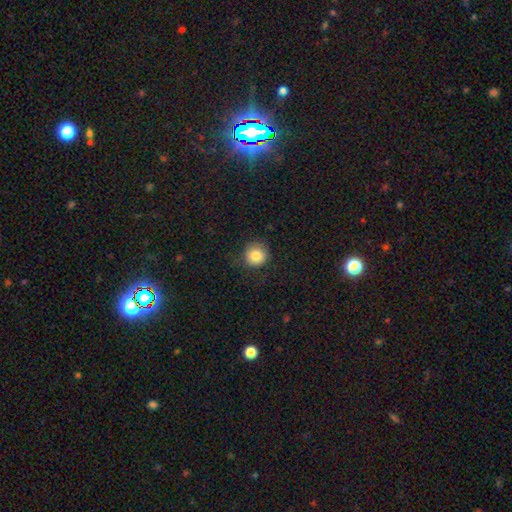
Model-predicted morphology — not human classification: This is clearly a smooth galaxy (83%). How rounded: clearly round (93%). Merging: clearly none (80%).